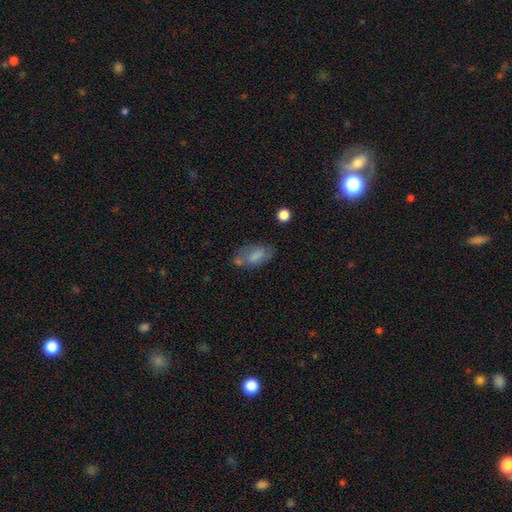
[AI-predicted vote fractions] The model was most divided on "merging": none: 55%, minor disturbance: 24%, merger: 12%, major disturbance: 10%. More confident: how rounded — in between (91%); smooth or featured — smooth (71%).